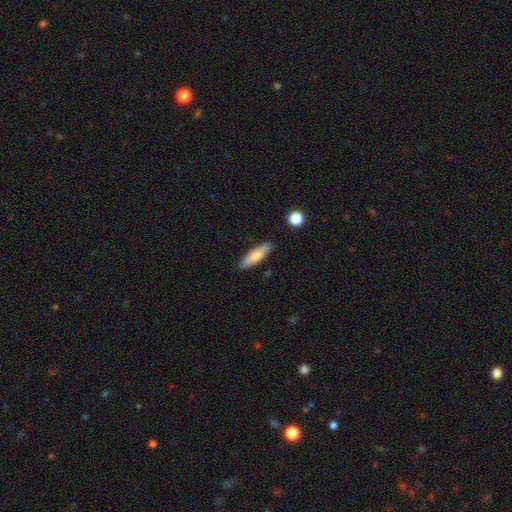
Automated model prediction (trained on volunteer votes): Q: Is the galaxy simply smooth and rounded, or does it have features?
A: smooth — 75%.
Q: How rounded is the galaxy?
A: cigar-shaped — 60%.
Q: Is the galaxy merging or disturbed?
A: none — 86%.